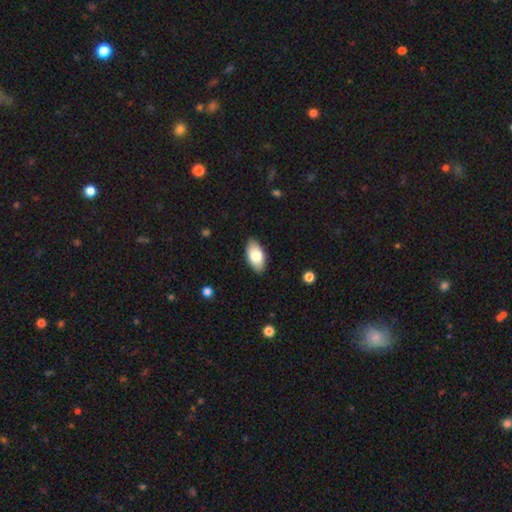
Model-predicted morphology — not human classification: Q: Smooth or featured?
A: smooth (81%); runner-up: featured or disk (13%)
Q: How rounded?
A: in between (94%); runner-up: cigar-shaped (3%)
Q: Merging?
A: none (87%); runner-up: minor disturbance (10%)